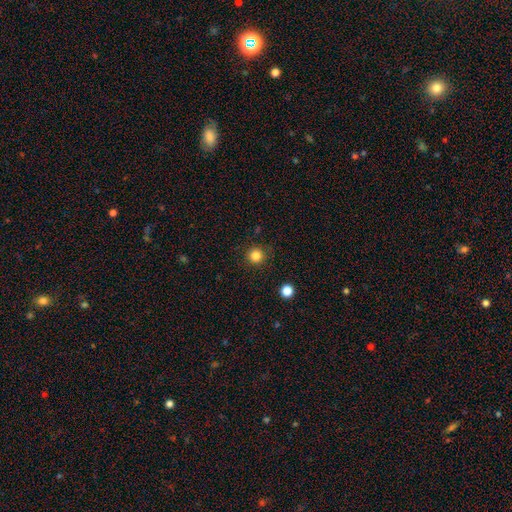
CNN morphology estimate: smooth-or-featured: smooth: 84% | star or artifact: 12% | featured or disk: 4%
  how-rounded: round: 95% | in between: 4% | cigar-shaped: 1%
  merging: none: 90% | minor disturbance: 7% | major disturbance: 2% | merger: 1%